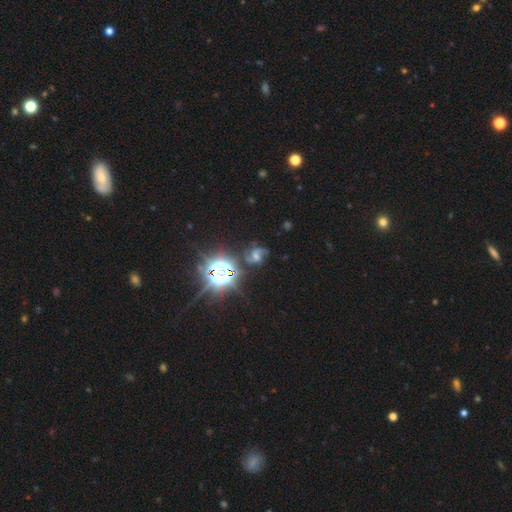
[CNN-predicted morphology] A featured or disk galaxy (44%).

Vote fractions:
- Smooth or featured? featured or disk: 44% / star or artifact: 41% / smooth: 15%
- Merging? none: 66% / minor disturbance: 16% / major disturbance: 12% / merger: 7%